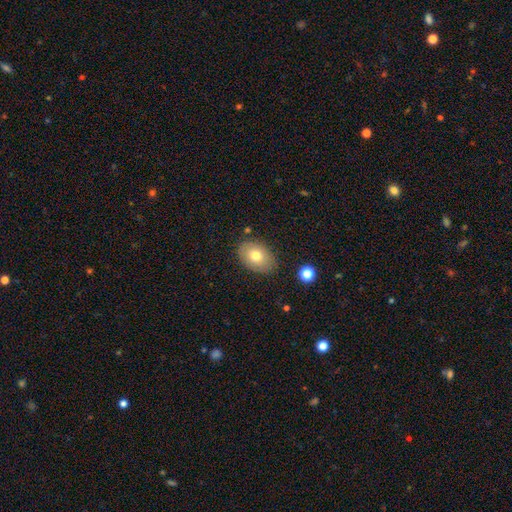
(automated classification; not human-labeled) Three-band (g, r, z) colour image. It shows a smooth galaxy with no disk features (74%) that is in between round and cigar-shaped (80%). Merging: none (80%).